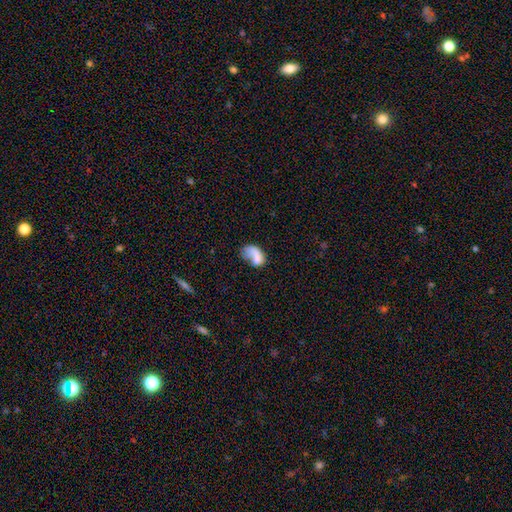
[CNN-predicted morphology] Overall: smooth (69%). How rounded: in between (86%). Merging: major disturbance (36%; none 31%).